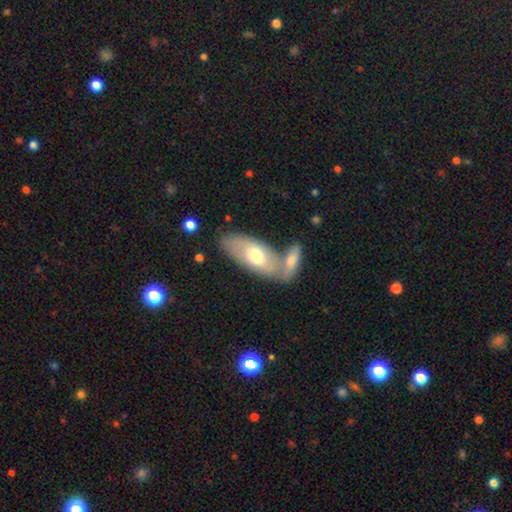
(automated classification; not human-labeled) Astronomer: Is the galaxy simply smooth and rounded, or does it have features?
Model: smooth — 61%.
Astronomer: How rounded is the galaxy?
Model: in between — 84%.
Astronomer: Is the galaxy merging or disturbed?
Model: none — 49% (runner-up: merger, 36%).